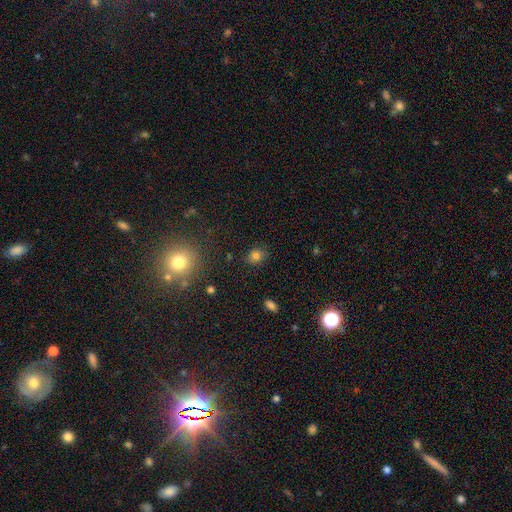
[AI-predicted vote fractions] Smooth or featured? smooth (78%)
How rounded? round (59%)
Merging? none (84%)